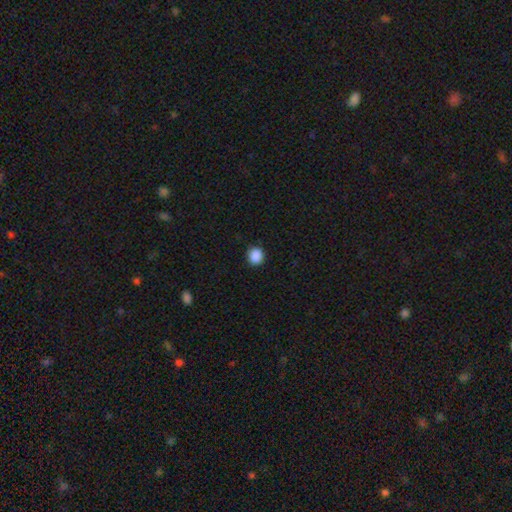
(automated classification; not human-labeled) Smooth or featured?
  - smooth: 89% *
  - star or artifact: 9%
  - featured or disk: 2%
How rounded?
  - round: 84% *
  - in between: 15%
  - cigar-shaped: 1%
Merging?
  - none: 90% *
  - minor disturbance: 7%
  - major disturbance: 2%
  - merger: 1%